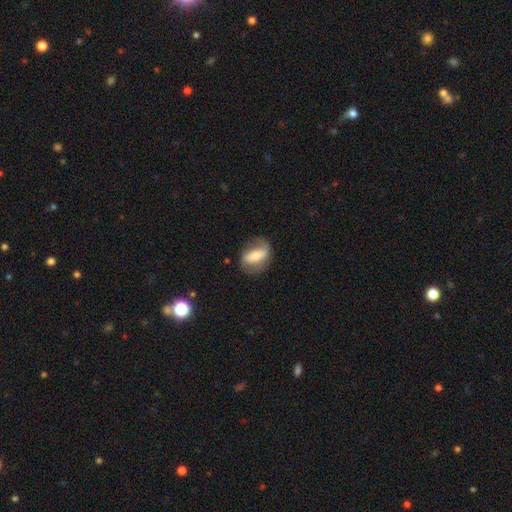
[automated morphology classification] A smooth galaxy with no disk features (47%).

Vote fractions:
- Smooth or featured? smooth: 47% / featured or disk: 46% / star or artifact: 7%
- Merging? none: 68% / minor disturbance: 20% / major disturbance: 10% / merger: 2%